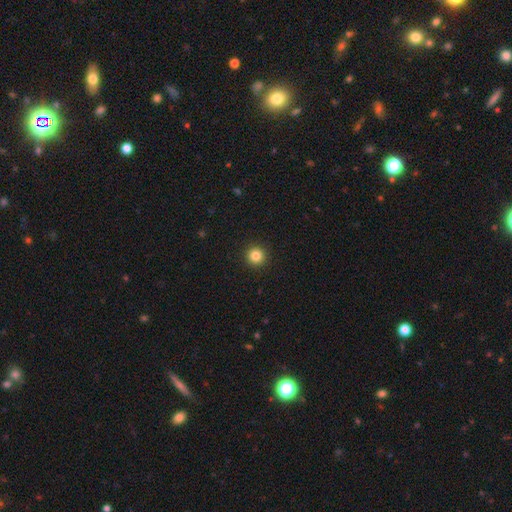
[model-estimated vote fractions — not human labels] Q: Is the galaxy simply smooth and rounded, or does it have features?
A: smooth — 84%.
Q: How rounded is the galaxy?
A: round — 96%.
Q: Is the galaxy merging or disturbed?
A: none — 93%.